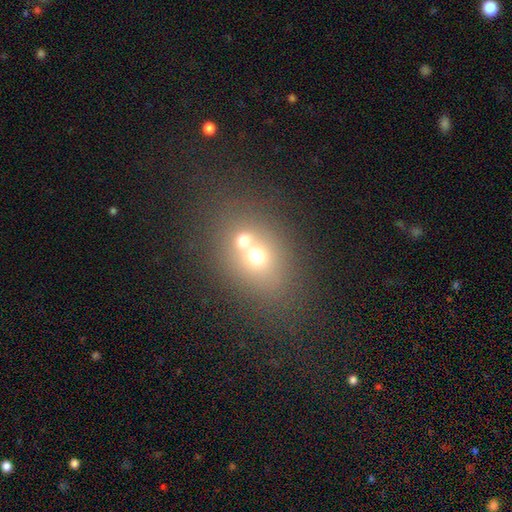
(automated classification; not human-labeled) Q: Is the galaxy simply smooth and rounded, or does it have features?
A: smooth — 61%.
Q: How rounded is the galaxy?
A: round — 51%.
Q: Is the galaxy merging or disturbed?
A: merger — 58%.